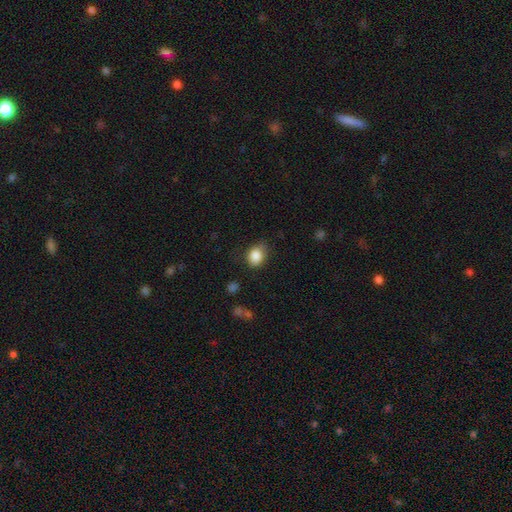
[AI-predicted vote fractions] The model was most divided on "how rounded": in between: 55%, round: 44%, cigar-shaped: 1%. More confident: smooth or featured — smooth (85%); merging — none (65%).